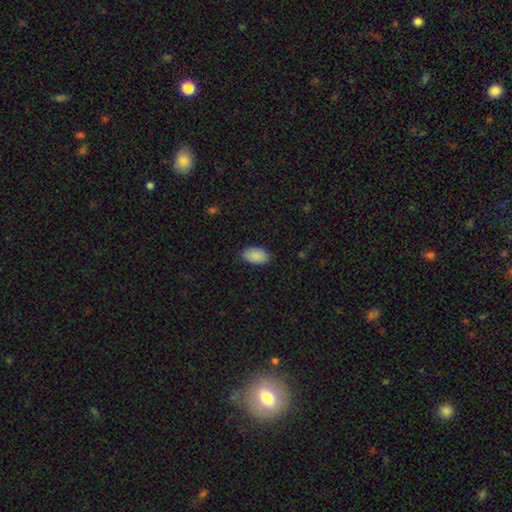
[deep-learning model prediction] Overall: smooth (89%). How rounded: in between (94%). Merging: none (85%).